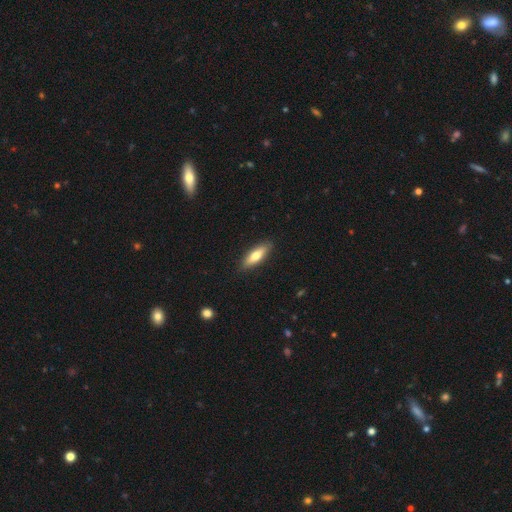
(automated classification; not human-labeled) Smooth or featured? Predicted: smooth (p=0.71). How rounded? Predicted: in between (p=0.49, tied with cigar-shaped). Merging? Predicted: none (p=0.88).